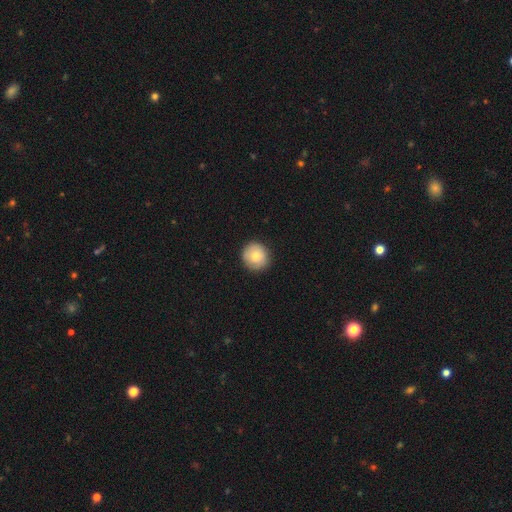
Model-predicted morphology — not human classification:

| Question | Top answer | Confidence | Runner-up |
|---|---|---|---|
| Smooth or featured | smooth | 79% | featured or disk (13%) |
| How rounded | round | 91% | in between (8%) |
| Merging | none | 88% | minor disturbance (9%) |